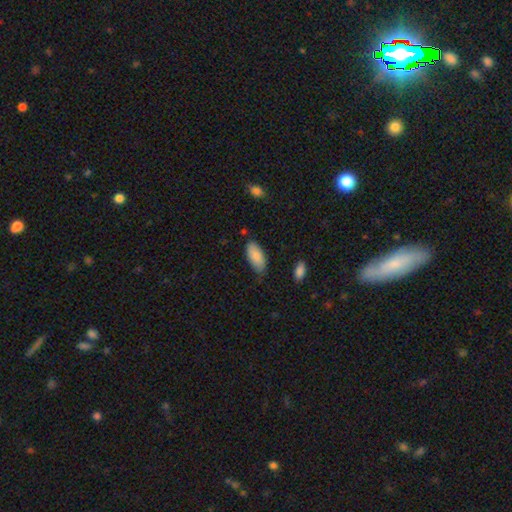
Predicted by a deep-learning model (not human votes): This is clearly a smooth galaxy (86%). How rounded: clearly in between (90%). Merging: likely none (74%).